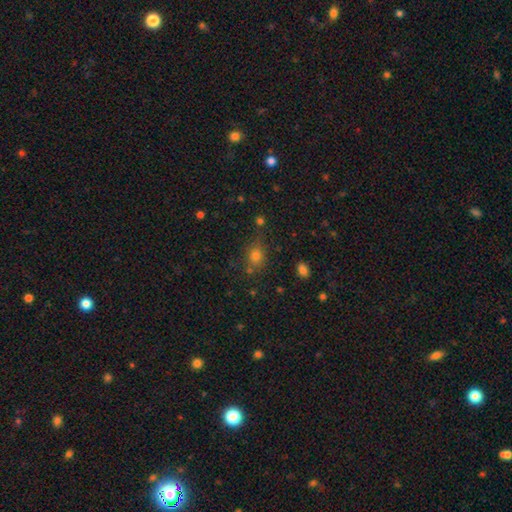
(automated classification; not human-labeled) smooth-or-featured: smooth: 69% | star or artifact: 22% | featured or disk: 9%
  how-rounded: round: 58% | in between: 40% | cigar-shaped: 2%
  merging: none: 70% | minor disturbance: 17% | merger: 7% | major disturbance: 6%